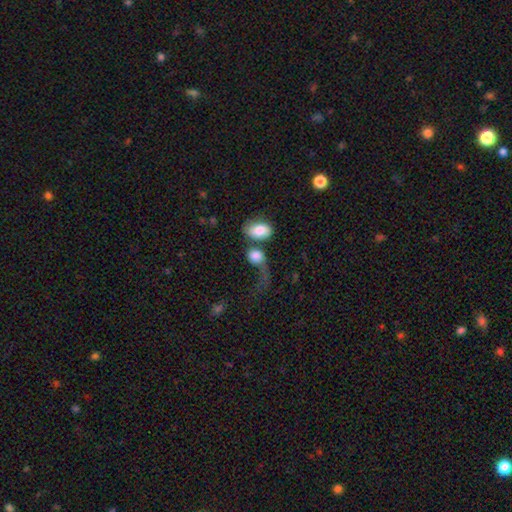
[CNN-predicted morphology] smooth-or-featured: smooth: 76% | featured or disk: 17% | star or artifact: 8%
  how-rounded: in between: 65% | round: 33% | cigar-shaped: 2%
  merging: merger: 36% | major disturbance: 33% | none: 20% | minor disturbance: 12%